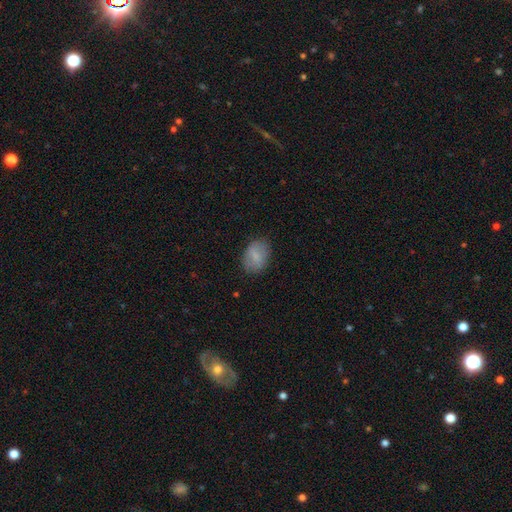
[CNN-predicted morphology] Smooth or featured: smooth — 74% (featured or disk — 18%)
How rounded: in between — 78% (round — 21%)
Merging: none — 79% (minor disturbance — 16%)